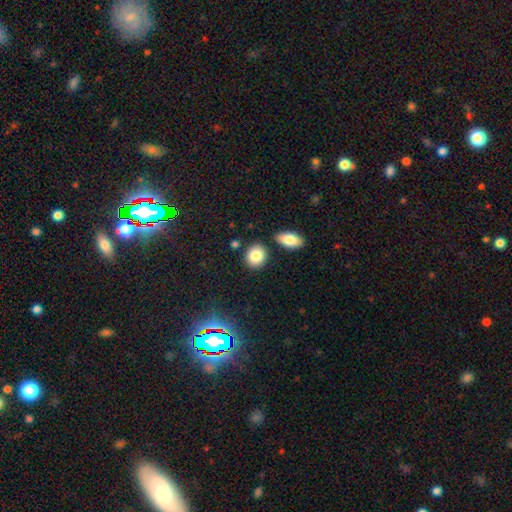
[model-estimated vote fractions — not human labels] smooth-or-featured: smooth: 85% | star or artifact: 8% | featured or disk: 7%
  how-rounded: round: 65% | in between: 34% | cigar-shaped: 1%
  merging: none: 80% | minor disturbance: 9% | merger: 8% | major disturbance: 3%